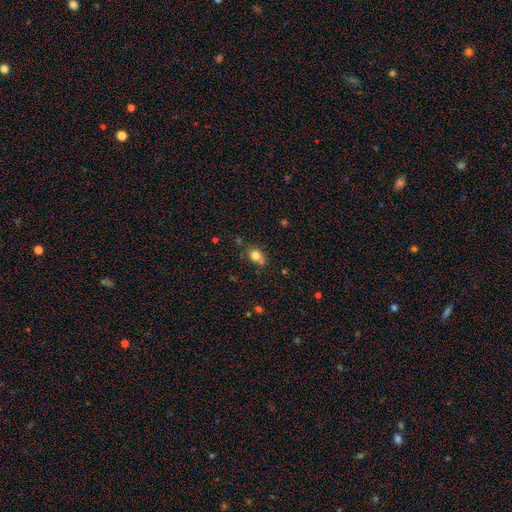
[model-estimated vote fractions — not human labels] Morphology: type=smooth (79%); roundness=round (52%); merging=none (63%).